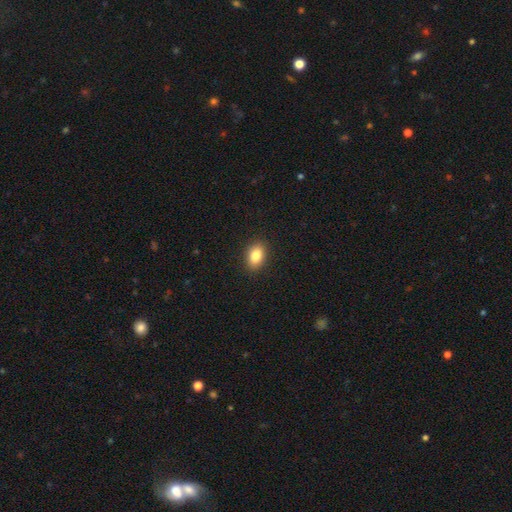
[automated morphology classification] smooth_or_featured: smooth (p=0.84) [alt: star or artifact p=0.08]
how_rounded: in between (p=0.85) [alt: round p=0.13]
merging: none (p=0.90) [alt: minor disturbance p=0.07]